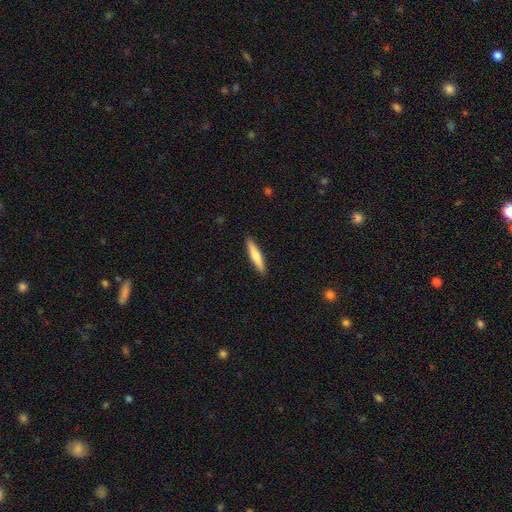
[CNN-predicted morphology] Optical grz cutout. It shows a smooth galaxy with no disk features (66%) that is cigar-shaped (87%). Merging: none (91%).